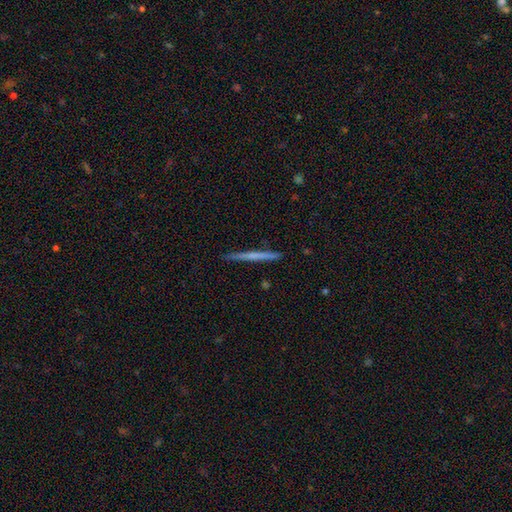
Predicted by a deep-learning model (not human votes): Smooth or featured?
  - smooth: 48% *
  - featured or disk: 46%
  - star or artifact: 6%
Merging?
  - none: 91% *
  - minor disturbance: 6%
  - major disturbance: 1%
  - merger: 1%